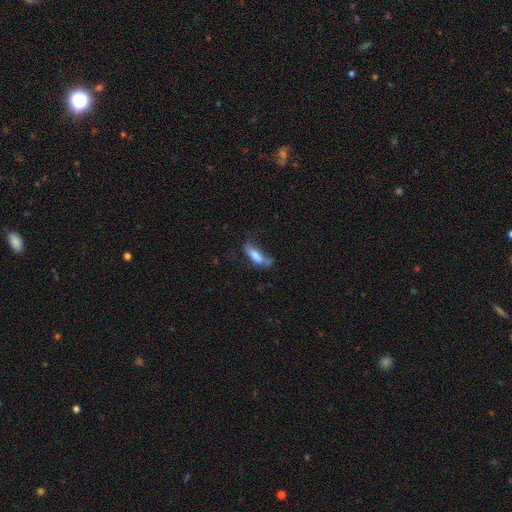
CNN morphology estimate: Smooth or featured: smooth — 70% (featured or disk — 20%)
How rounded: in between — 57% (cigar-shaped — 41%)
Merging: none — 35% (minor disturbance — 27%)